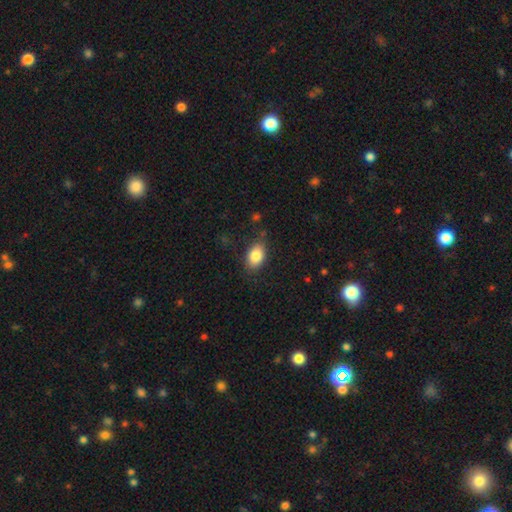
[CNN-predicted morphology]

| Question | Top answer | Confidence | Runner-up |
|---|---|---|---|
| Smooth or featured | smooth | 84% | featured or disk (8%) |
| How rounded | in between | 86% | round (13%) |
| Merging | none | 80% | minor disturbance (15%) |